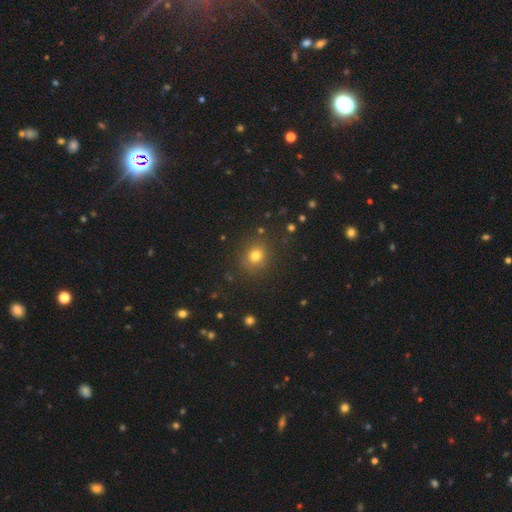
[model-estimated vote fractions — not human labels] This is likely a smooth galaxy (77%). How rounded: likely round (79%). Merging: clearly none (83%).